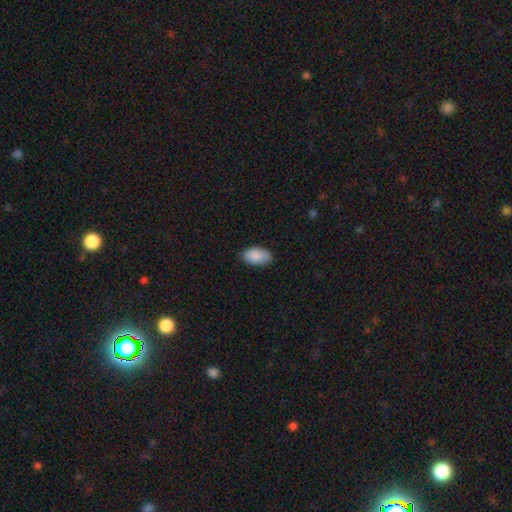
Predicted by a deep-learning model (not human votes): Smooth or featured?
  - smooth: 89% *
  - star or artifact: 7%
  - featured or disk: 4%
How rounded?
  - in between: 95% *
  - round: 4%
  - cigar-shaped: 2%
Merging?
  - none: 79% *
  - minor disturbance: 17%
  - major disturbance: 3%
  - merger: 1%